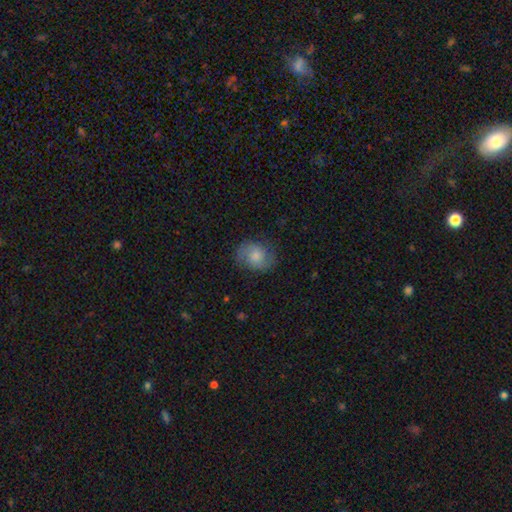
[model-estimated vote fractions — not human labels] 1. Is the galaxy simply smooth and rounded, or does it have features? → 54% smooth, 38% featured or disk, 8% star or artifact.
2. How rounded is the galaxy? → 52% round, 47% in between, 1% cigar-shaped.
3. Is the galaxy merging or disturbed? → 74% none, 18% minor disturbance, 7% major disturbance, 1% merger.